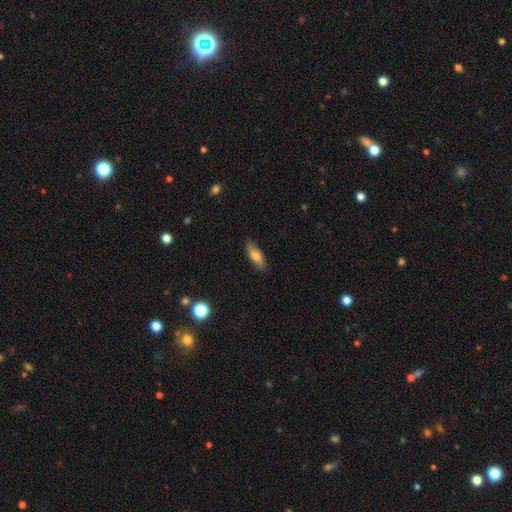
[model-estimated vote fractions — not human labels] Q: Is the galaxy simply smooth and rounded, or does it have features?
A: smooth — 71%.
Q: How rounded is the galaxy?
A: in between — 62%.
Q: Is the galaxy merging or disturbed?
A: none — 84%.